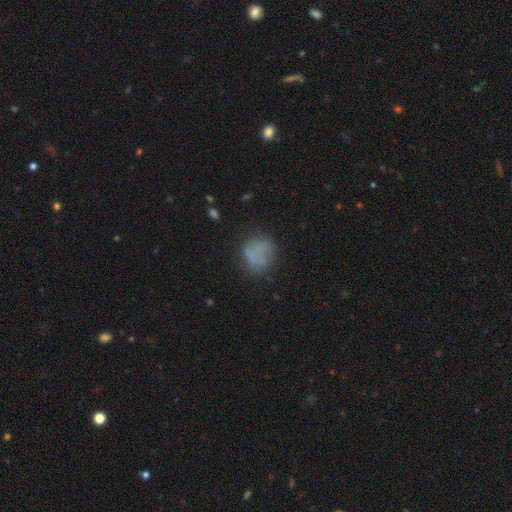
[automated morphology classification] smooth-or-featured: smooth: 68% | featured or disk: 20% | star or artifact: 12%
  how-rounded: round: 78% | in between: 21% | cigar-shaped: 1%
  merging: none: 60% | minor disturbance: 22% | major disturbance: 13% | merger: 5%